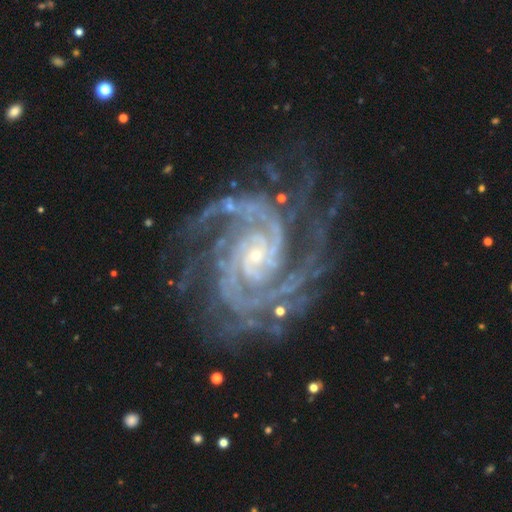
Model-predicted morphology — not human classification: The model was most divided on "spiral arm count": 2: 41%, 3: 18%, 4: 12%, can't tell: 12%, more than 4: 10%, 1: 8%. More confident: spiral arms — yes (99%); edge-on disk — no (98%); smooth or featured — featured or disk (93%); bulge size — small (80%); merging — none (69%); spiral winding — tight (64%); bar — no (60%).